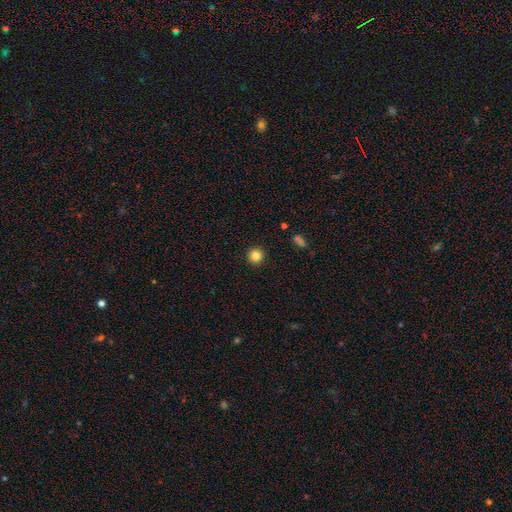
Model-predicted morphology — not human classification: smooth_or_featured: smooth (p=0.83) [alt: star or artifact p=0.11]
how_rounded: round (p=0.95) [alt: in between p=0.04]
merging: none (p=0.93) [alt: minor disturbance p=0.05]